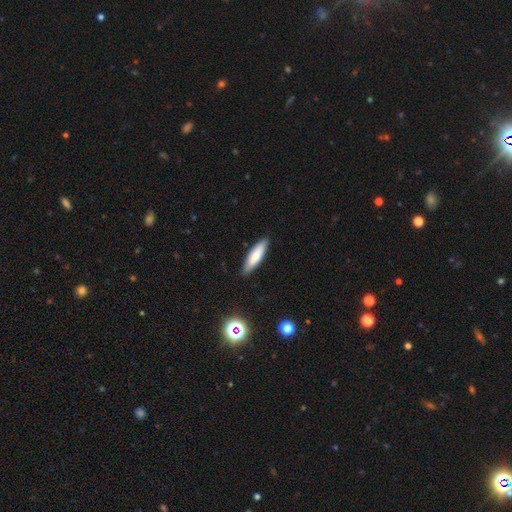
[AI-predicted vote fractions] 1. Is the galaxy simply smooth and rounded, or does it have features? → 79% smooth, 15% featured or disk, 6% star or artifact.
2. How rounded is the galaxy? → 63% cigar-shaped, 36% in between, 1% round.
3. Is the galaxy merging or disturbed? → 87% none, 10% minor disturbance, 2% major disturbance, 1% merger.